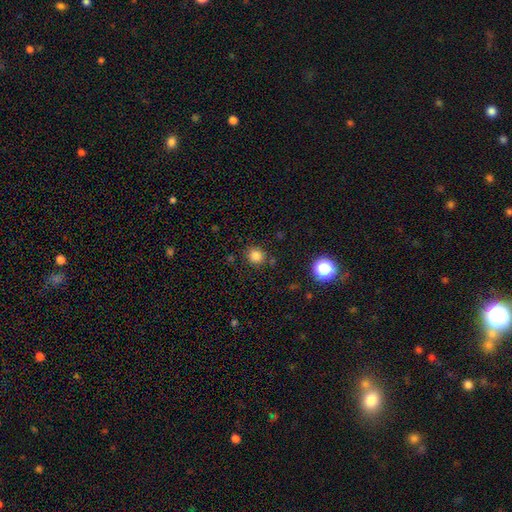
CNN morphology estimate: This is clearly a smooth galaxy (82%). How rounded: clearly round (90%). Merging: clearly none (86%).